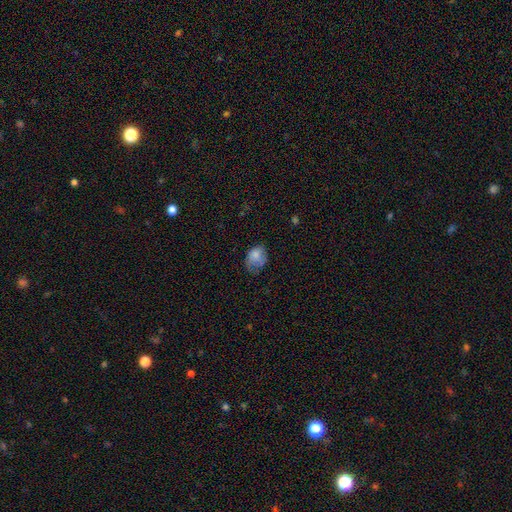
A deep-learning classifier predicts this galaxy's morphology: This is likely a smooth galaxy (78%). How rounded: likely in between (68%). Merging: marginally none (43%).